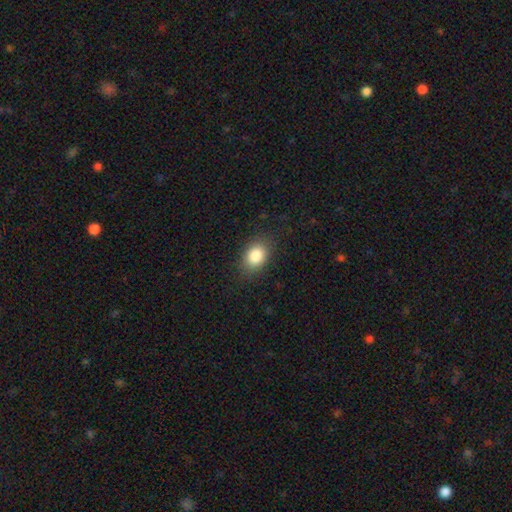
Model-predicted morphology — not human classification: smooth_or_featured: smooth (p=0.85) [alt: star or artifact p=0.09]
how_rounded: in between (p=0.75) [alt: round p=0.24]
merging: none (p=0.85) [alt: minor disturbance p=0.11]